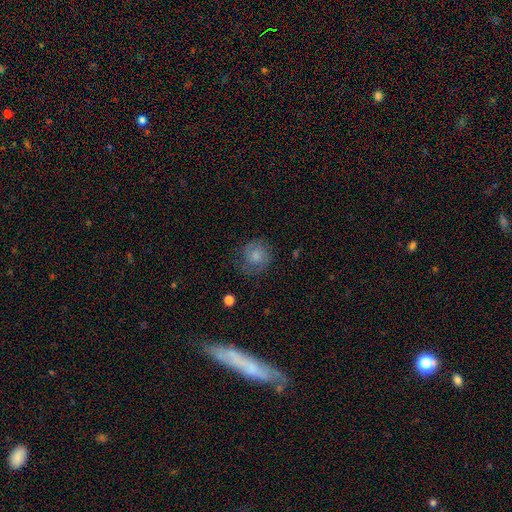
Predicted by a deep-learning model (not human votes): smooth-or-featured: smooth: 61% | featured or disk: 30% | star or artifact: 9%
  how-rounded: round: 84% | in between: 15% | cigar-shaped: 1%
  merging: none: 65% | minor disturbance: 22% | major disturbance: 12% | merger: 1%